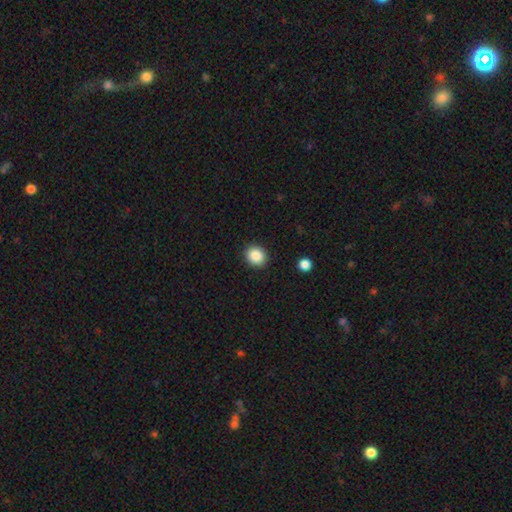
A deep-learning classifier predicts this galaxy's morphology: The model was most divided on "how rounded": round: 70%, in between: 29%, cigar-shaped: 1%. More confident: merging — none (90%); smooth or featured — smooth (88%).